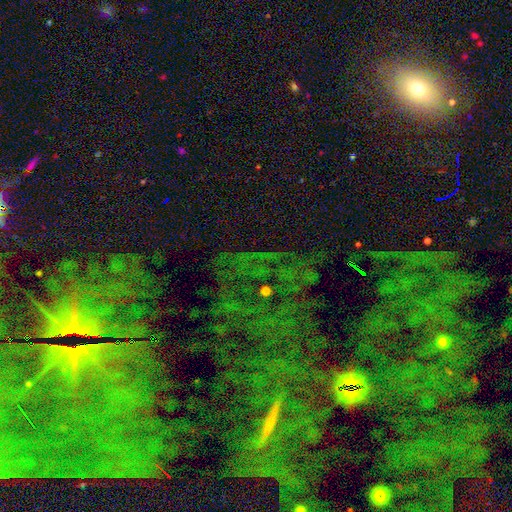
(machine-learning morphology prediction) Smooth or featured? star or artifact (76%)